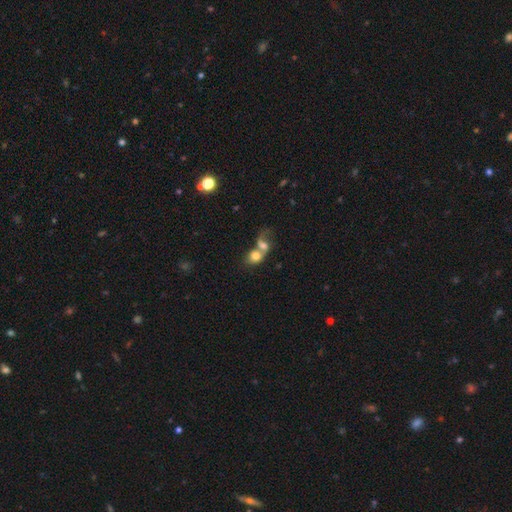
Overall: smooth (72%). How rounded: round (66%; in between 34%). Merging: merger (76%).